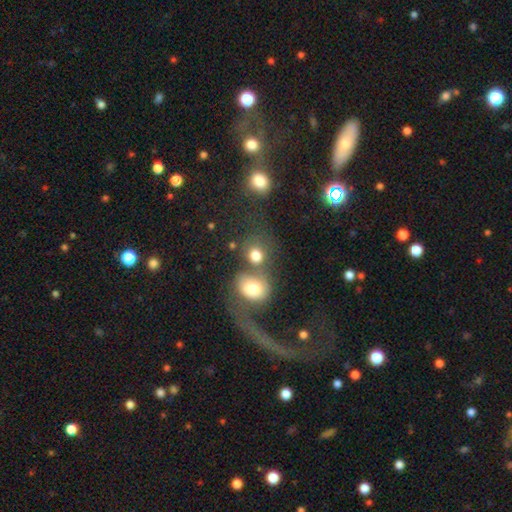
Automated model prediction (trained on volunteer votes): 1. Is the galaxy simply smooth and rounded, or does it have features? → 76% smooth, 12% star or artifact, 11% featured or disk.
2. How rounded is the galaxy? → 72% round, 27% in between, 1% cigar-shaped.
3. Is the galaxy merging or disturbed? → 43% merger, 38% none, 10% minor disturbance, 9% major disturbance.